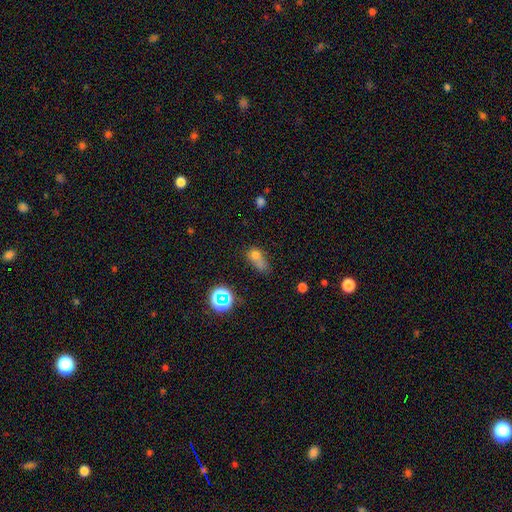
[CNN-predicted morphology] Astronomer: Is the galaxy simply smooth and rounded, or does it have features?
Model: smooth — 66%.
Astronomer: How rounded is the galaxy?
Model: in between — 59% (runner-up: round, 35%).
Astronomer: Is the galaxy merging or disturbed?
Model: merger — 32% (runner-up: none, 31%).